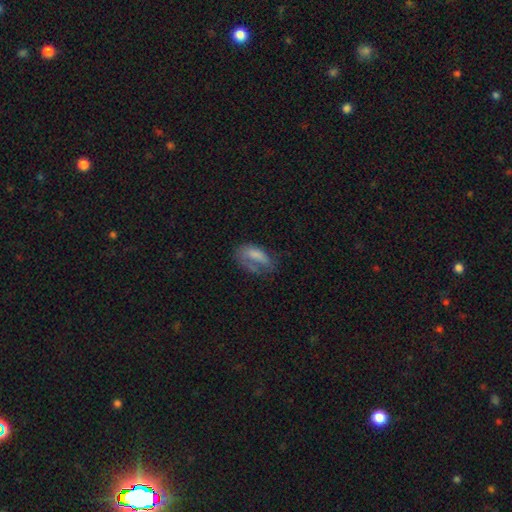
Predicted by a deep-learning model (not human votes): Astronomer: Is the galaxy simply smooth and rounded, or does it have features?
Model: smooth — 65%.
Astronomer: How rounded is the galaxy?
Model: in between — 87%.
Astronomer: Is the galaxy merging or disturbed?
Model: none — 36% (runner-up: major disturbance, 34%).